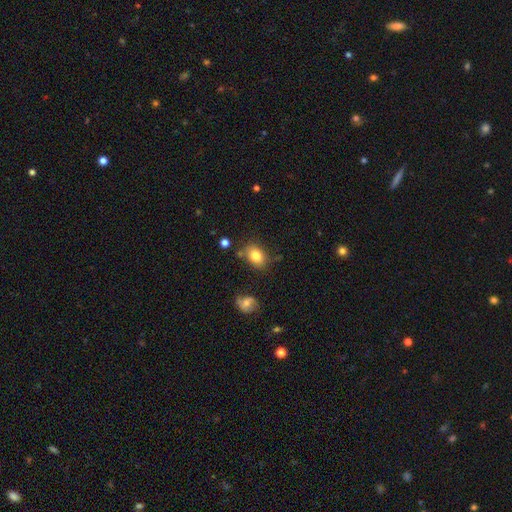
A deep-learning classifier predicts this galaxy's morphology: smooth-or-featured: smooth: 82% | star or artifact: 9% | featured or disk: 9%
  how-rounded: in between: 70% | round: 29% | cigar-shaped: 1%
  merging: none: 74% | minor disturbance: 16% | merger: 5% | major disturbance: 4%